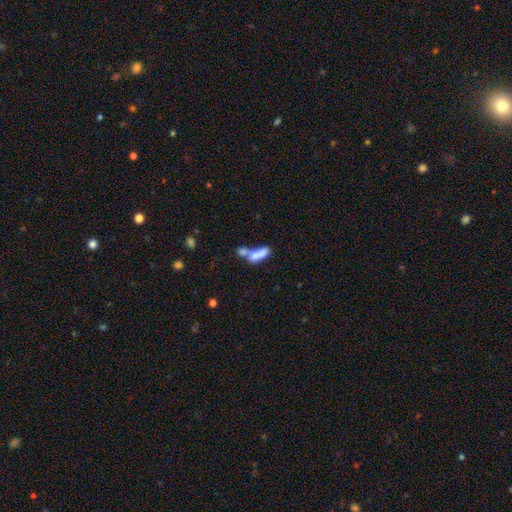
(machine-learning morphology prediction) Smooth or featured? smooth (64%)
How rounded? in between (65%)
Merging? merger (67%)